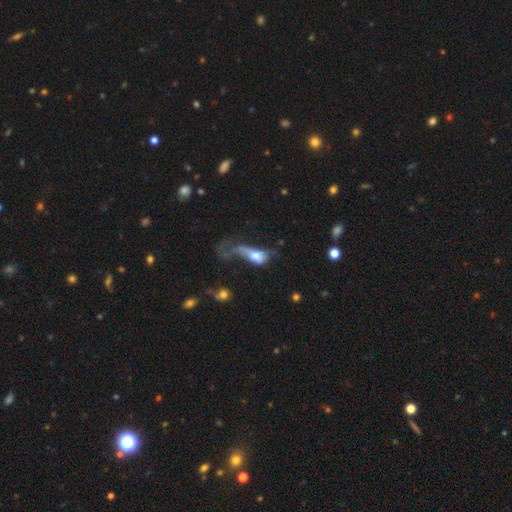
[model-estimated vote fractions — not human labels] Smooth or featured: smooth — 55% (featured or disk — 36%)
How rounded: in between — 71% (cigar-shaped — 16%)
Merging: major disturbance — 63% (minor disturbance — 13%)